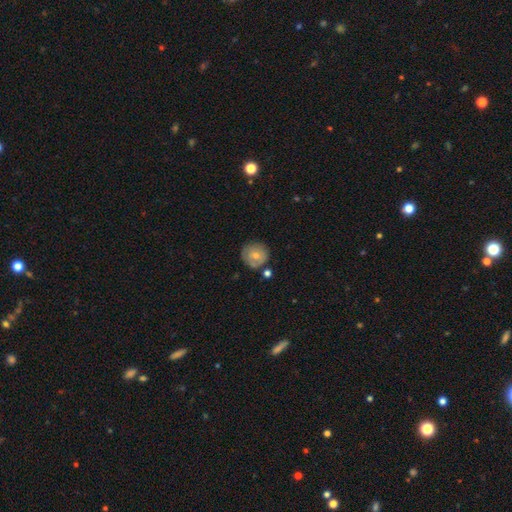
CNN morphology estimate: The model was most divided on "smooth or featured": smooth: 62%, featured or disk: 30%, star or artifact: 8%. More confident: how rounded — round (91%); merging — none (72%).